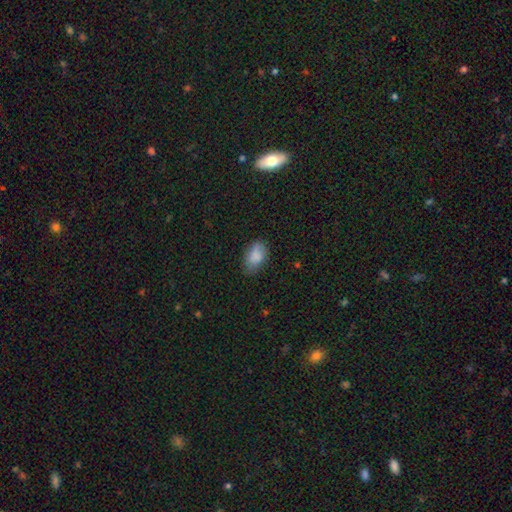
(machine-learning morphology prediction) The model was most divided on "merging": none: 68%, minor disturbance: 25%, major disturbance: 6%, merger: 1%. More confident: how rounded — in between (91%); smooth or featured — smooth (84%).